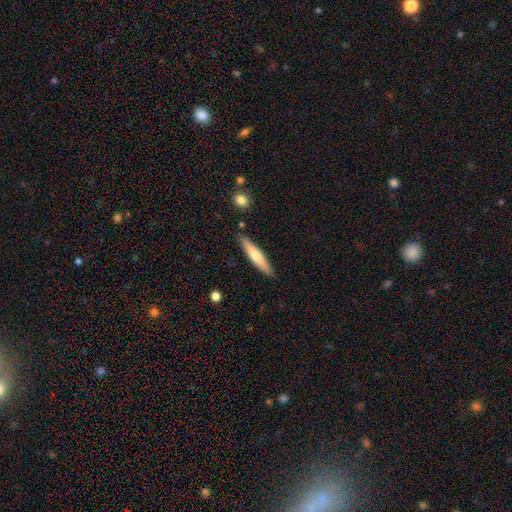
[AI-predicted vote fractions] This is likely a smooth galaxy (61%). How rounded: clearly cigar-shaped (88%). Merging: clearly none (87%).